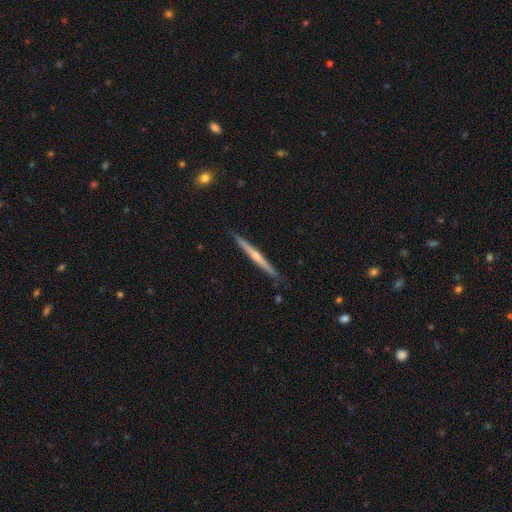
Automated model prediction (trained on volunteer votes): Smooth or featured? featured or disk (73%)
Edge-on disk? yes (98%)
Edge-on bulge? rounded (67%)
Merging? none (90%)